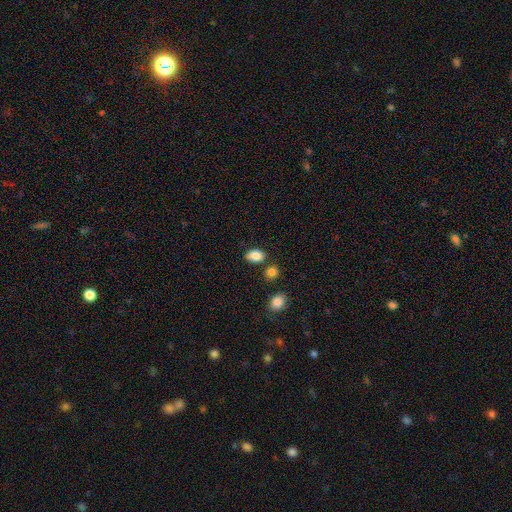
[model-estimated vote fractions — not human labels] Overall: smooth (86%). How rounded: in between (79%). Merging: none (75%).